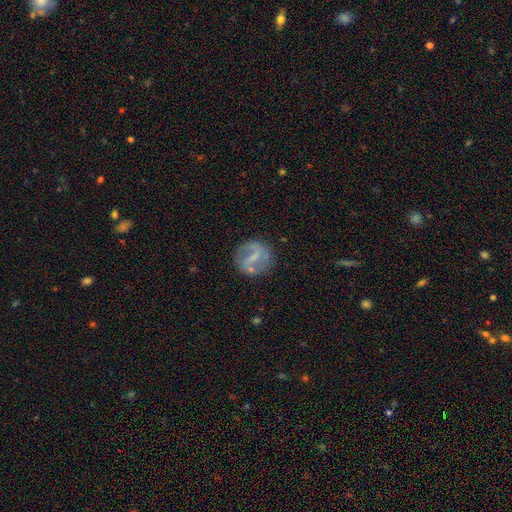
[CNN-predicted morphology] Overall: featured or disk (57%; smooth 35%). Edge-on disk: no (95%). Bar: strong (45%; weak 36%). Spiral arms: yes (56%; no 44%). Bulge size: none (40%; small 36%). Merging: none (69%).